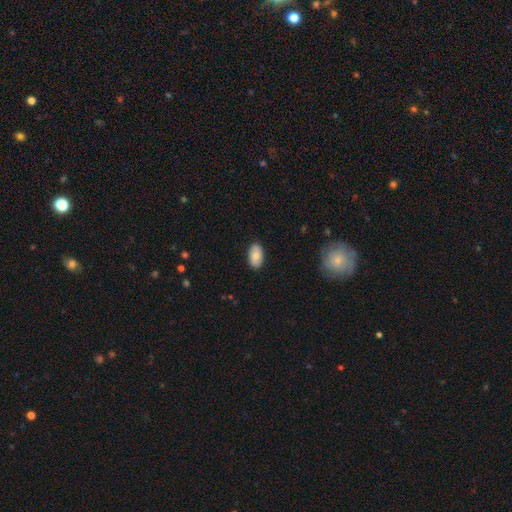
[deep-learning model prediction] smooth-or-featured: smooth: 76% | featured or disk: 17% | star or artifact: 7%
  how-rounded: in between: 94% | round: 5% | cigar-shaped: 2%
  merging: none: 86% | minor disturbance: 11% | major disturbance: 2% | merger: 1%